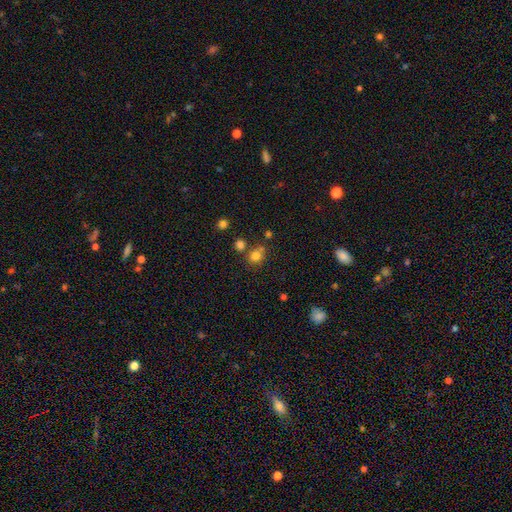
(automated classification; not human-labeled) Smooth or featured? Predicted: smooth (p=0.78). How rounded? Predicted: round (p=0.82). Merging? Predicted: none (p=0.66).